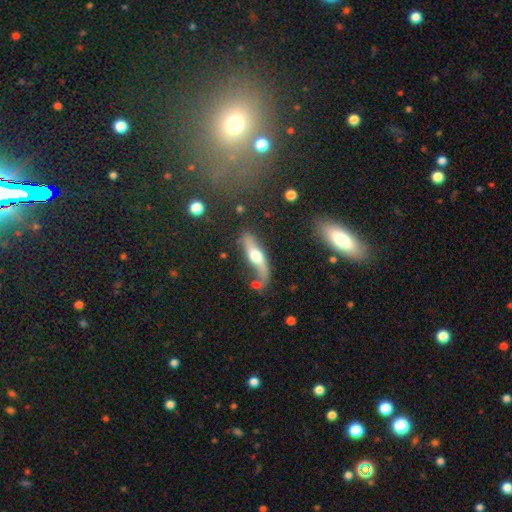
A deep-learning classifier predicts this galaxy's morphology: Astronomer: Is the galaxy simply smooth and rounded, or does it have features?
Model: featured or disk — 63%.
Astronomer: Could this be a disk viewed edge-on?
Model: yes — 64%.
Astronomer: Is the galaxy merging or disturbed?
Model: none — 51%.